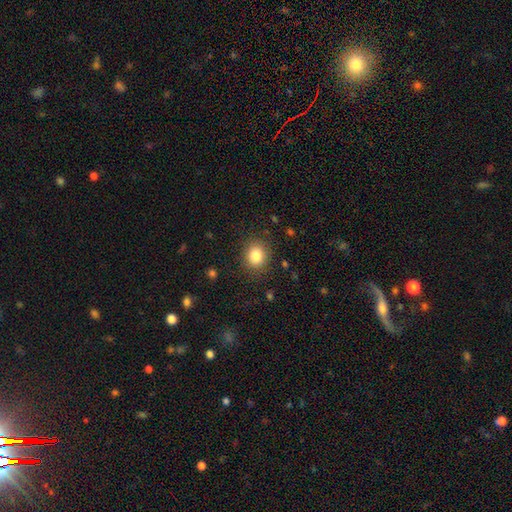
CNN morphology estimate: Overall: smooth (83%). How rounded: round (73%). Merging: none (87%).